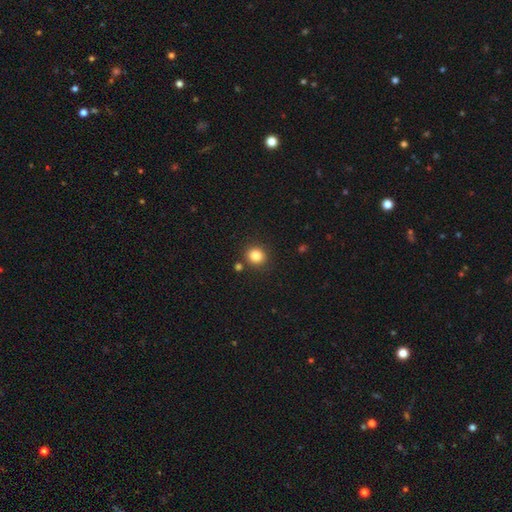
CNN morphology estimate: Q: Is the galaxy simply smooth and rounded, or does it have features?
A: smooth — 84%.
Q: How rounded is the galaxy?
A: round — 83%.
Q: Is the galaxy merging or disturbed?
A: none — 85%.